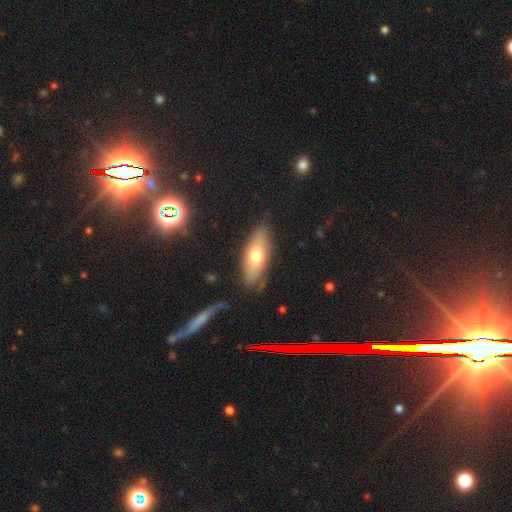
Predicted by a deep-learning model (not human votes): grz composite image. It shows a smooth galaxy with no disk features (63%) that is in between round and cigar-shaped (73%). Merging: none (79%).